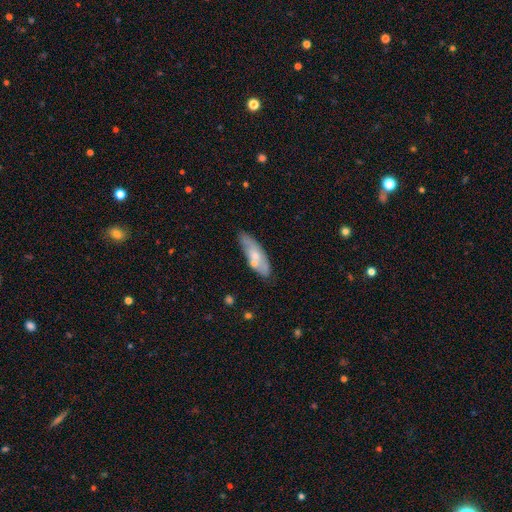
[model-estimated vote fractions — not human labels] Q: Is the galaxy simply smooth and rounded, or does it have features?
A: smooth — 56%.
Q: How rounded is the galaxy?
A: in between — 58%.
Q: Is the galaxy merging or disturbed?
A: none — 65%.